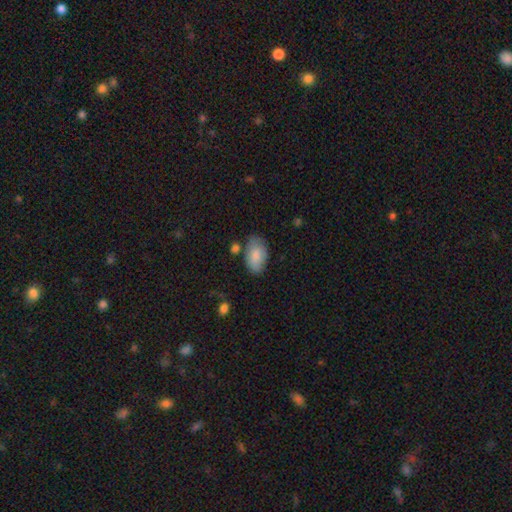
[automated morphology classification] This is clearly a smooth galaxy (84%). How rounded: clearly in between (93%). Merging: likely none (68%).